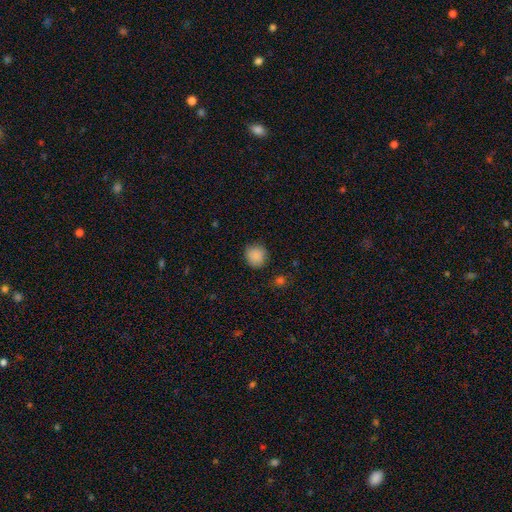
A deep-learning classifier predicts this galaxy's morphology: A smooth galaxy with no disk features (88%) that is round (88%). Merging: none (86%).